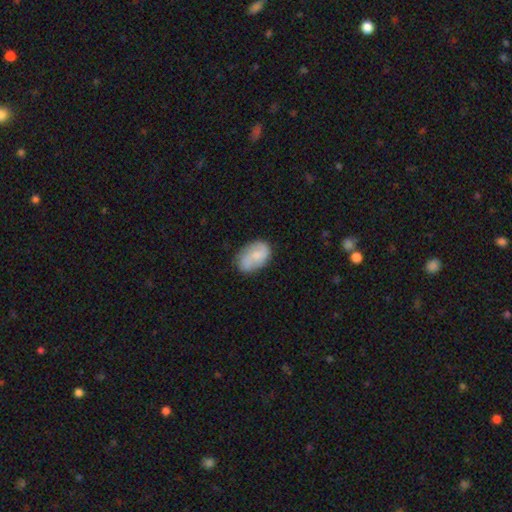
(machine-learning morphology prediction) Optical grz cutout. It shows a smooth galaxy with no disk features (56%) that is in between round and cigar-shaped (86%). Merging: none (63%).